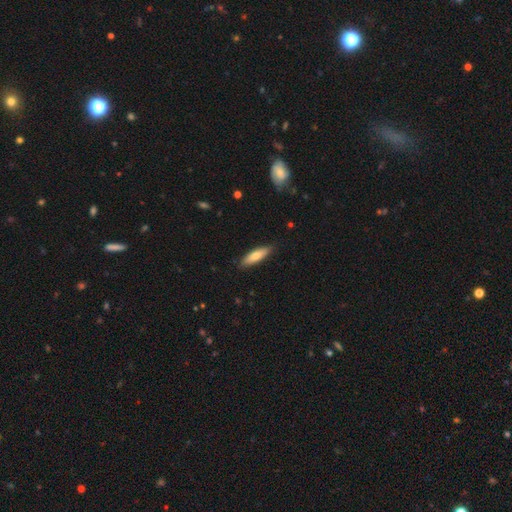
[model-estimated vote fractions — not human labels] smooth_or_featured: smooth (p=0.71) [alt: featured or disk p=0.23]
how_rounded: cigar-shaped (p=0.61) [alt: in between p=0.37]
merging: none (p=0.87) [alt: minor disturbance p=0.10]